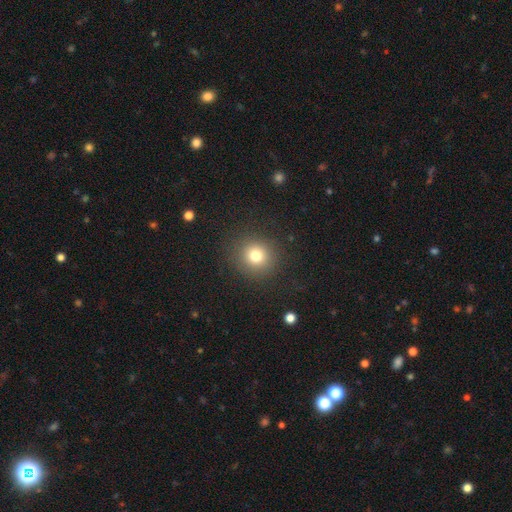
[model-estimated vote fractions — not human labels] smooth 77%, star or artifact 14%, featured or disk 9%. Down the decision tree: how rounded — round (90%); merging — none (88%).